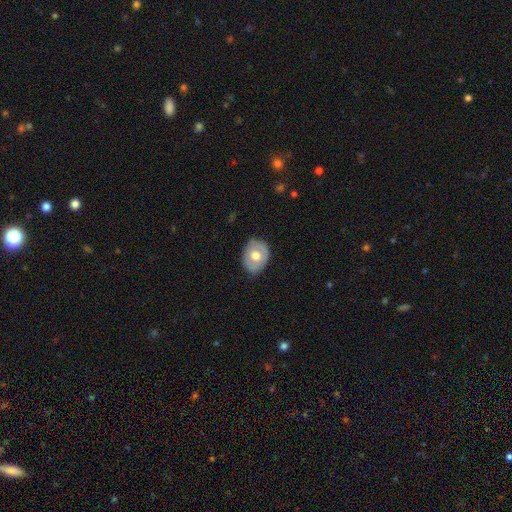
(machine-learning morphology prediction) Smooth or featured?
  - smooth: 52% *
  - featured or disk: 41%
  - star or artifact: 6%
How rounded?
  - in between: 57% *
  - round: 42%
  - cigar-shaped: 1%
Merging?
  - none: 80% *
  - minor disturbance: 16%
  - major disturbance: 4%
  - merger: 1%